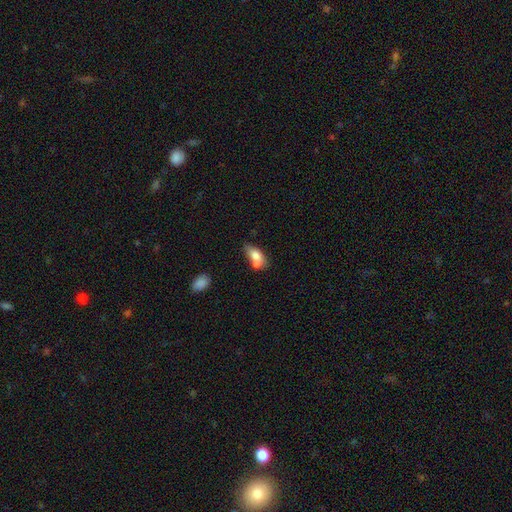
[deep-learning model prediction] Smooth or featured: smooth — 71% (featured or disk — 21%)
How rounded: in between — 83% (round — 9%)
Merging: merger — 42% (none — 36%)